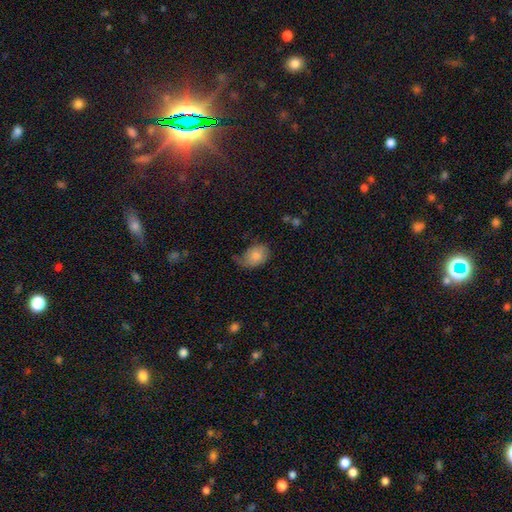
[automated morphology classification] A smooth galaxy with no disk features (79%) that is in between round and cigar-shaped (75%).

Vote fractions:
- Smooth or featured? smooth: 79% / featured or disk: 13% / star or artifact: 8%
- How rounded? in between: 75% / round: 24% / cigar-shaped: 1%
- Merging? none: 47% / minor disturbance: 37% / major disturbance: 14% / merger: 3%